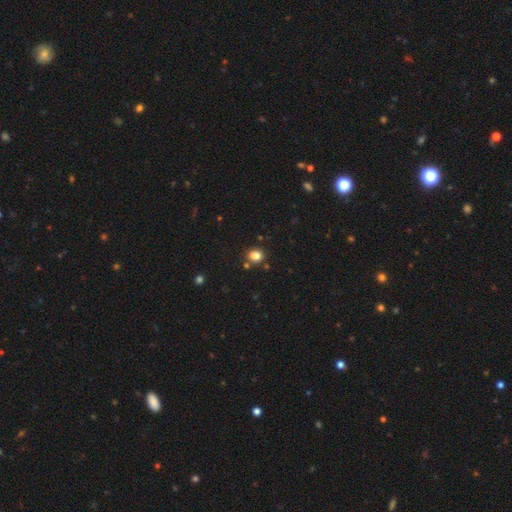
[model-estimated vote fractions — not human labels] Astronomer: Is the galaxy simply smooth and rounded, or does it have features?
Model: smooth — 84%.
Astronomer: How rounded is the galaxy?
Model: round — 54% (runner-up: in between, 45%).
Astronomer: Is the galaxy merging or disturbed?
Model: none — 78%.